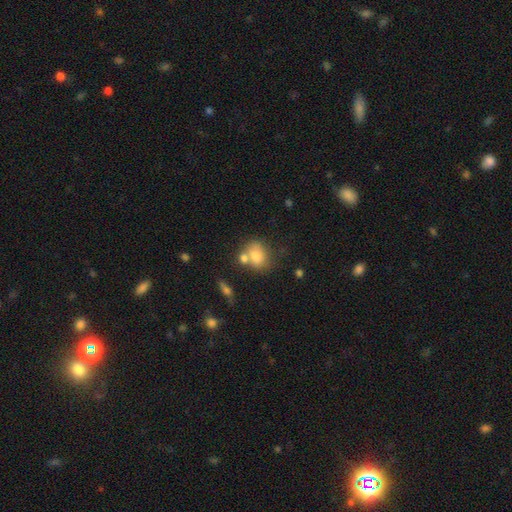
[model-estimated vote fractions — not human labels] smooth 77%, featured or disk 13%, star or artifact 10%. Down the decision tree: how rounded — in between (57%); merging — none (43%).